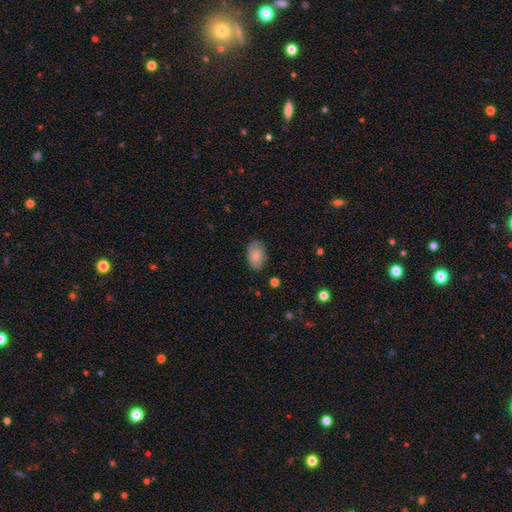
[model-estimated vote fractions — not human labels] Morphology: type=smooth (77%); roundness=in between (89%); merging=none (79%).